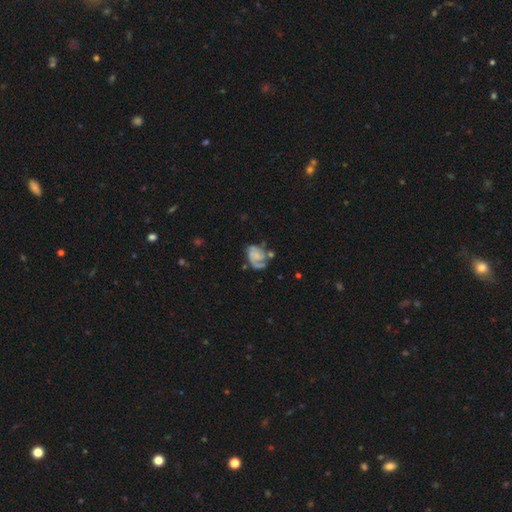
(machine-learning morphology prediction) Q: Smooth or featured?
A: featured or disk (70%); runner-up: smooth (22%)
Q: Edge-on disk?
A: no (98%); runner-up: yes (2%)
Q: Bar?
A: no (71%); runner-up: weak (25%)
Q: Spiral arms?
A: yes (88%); runner-up: no (12%)
Q: Spiral winding?
A: tight (45%); runner-up: medium (40%)
Q: Spiral arm count?
A: 2 (49%); runner-up: can't tell (18%)
Q: Bulge size?
A: small (50%); runner-up: none (25%)
Q: Merging?
A: none (43%); runner-up: minor disturbance (26%)